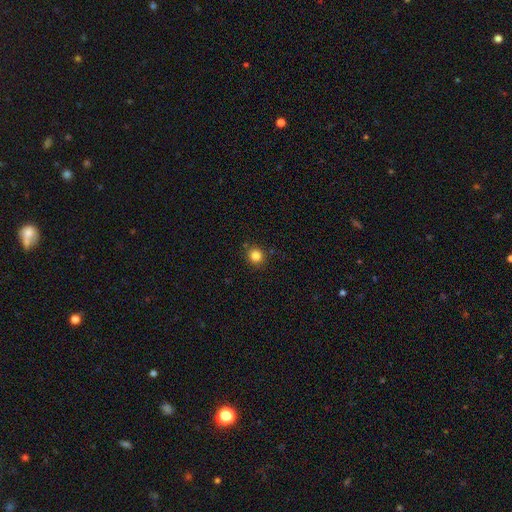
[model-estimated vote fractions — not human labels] A smooth galaxy with no disk features (83%) that is round (89%). Merging: none (87%).